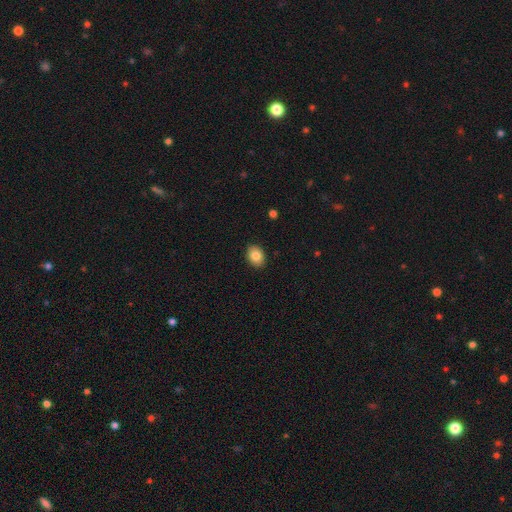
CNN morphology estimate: A smooth galaxy with no disk features (85%) that is in between round and cigar-shaped (66%). Merging: none (90%).